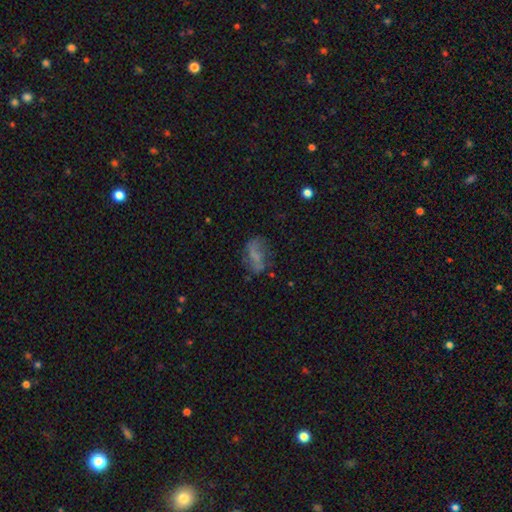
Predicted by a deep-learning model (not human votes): smooth_or_featured: smooth (p=0.49) [alt: featured or disk p=0.38]
merging: none (p=0.53) [alt: minor disturbance p=0.24]